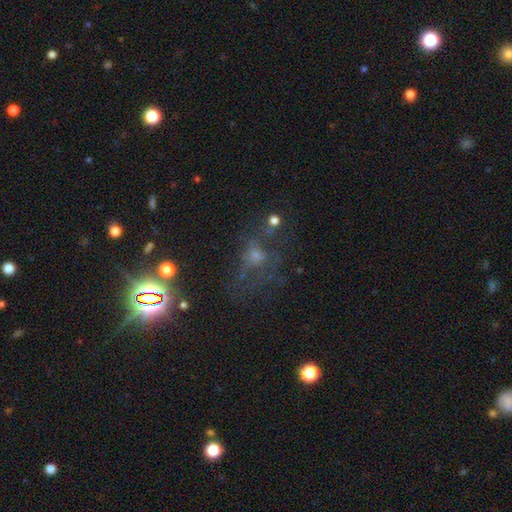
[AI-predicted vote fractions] Smooth or featured: featured or disk — 34% (smooth — 33%)
Merging: none — 45% (major disturbance — 31%)